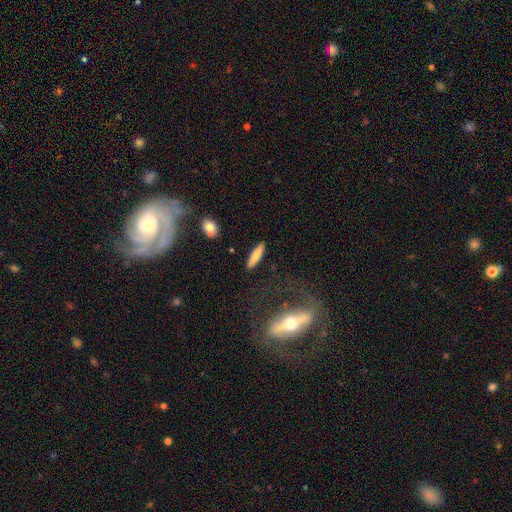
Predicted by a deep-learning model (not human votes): Morphology: type=smooth (75%); roundness=cigar-shaped (74%); merging=none (88%).